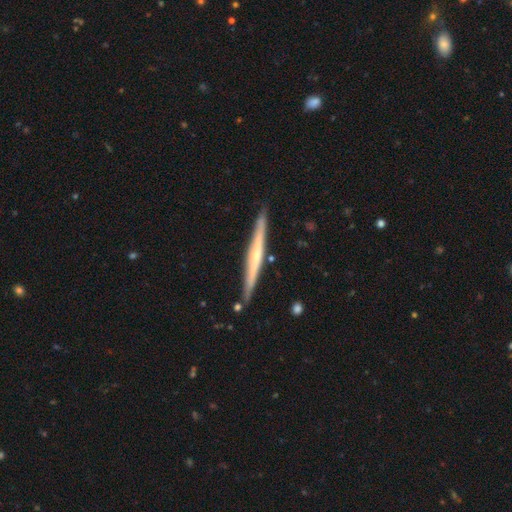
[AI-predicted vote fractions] This appears to be a featured or disk galaxy (70%) viewed edge-on (97%) with a rounded central bulge (60%). Merging: none (89%).